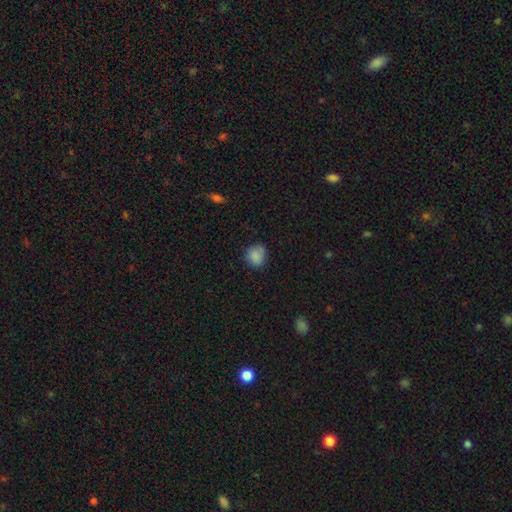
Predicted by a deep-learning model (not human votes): Smooth or featured?
  - smooth: 85% *
  - star or artifact: 10%
  - featured or disk: 5%
How rounded?
  - round: 82% *
  - in between: 17%
  - cigar-shaped: 1%
Merging?
  - none: 79% *
  - minor disturbance: 16%
  - major disturbance: 3%
  - merger: 1%